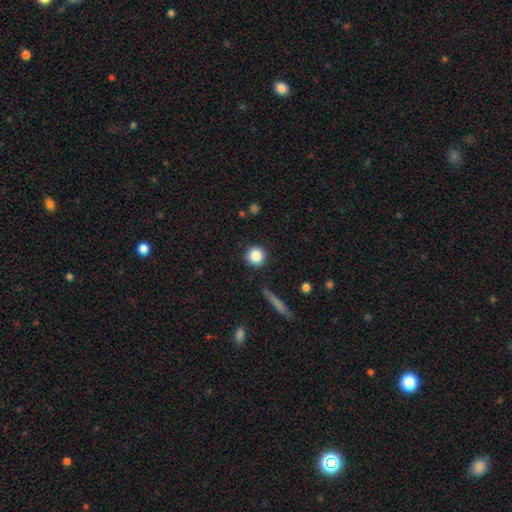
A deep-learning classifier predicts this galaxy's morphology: Q: Smooth or featured?
A: smooth (85%); runner-up: star or artifact (9%)
Q: How rounded?
A: round (94%); runner-up: in between (4%)
Q: Merging?
A: none (89%); runner-up: minor disturbance (7%)